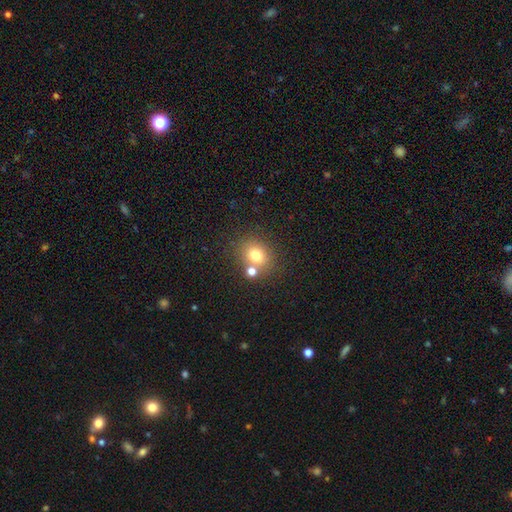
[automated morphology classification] type=smooth (75%); roundness=round (63%); merging=none (66%).